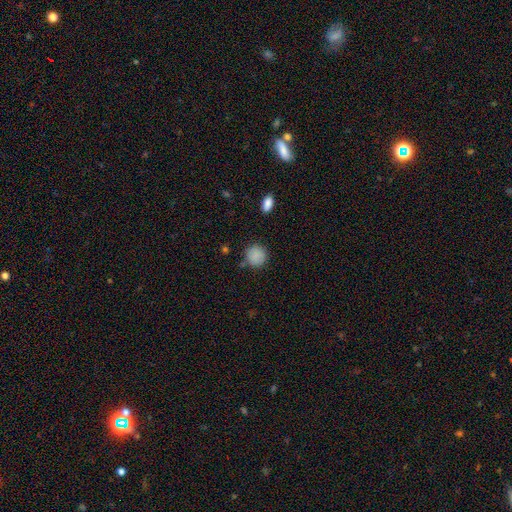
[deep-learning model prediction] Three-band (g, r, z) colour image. It shows a smooth galaxy with no disk features (87%) that is round (89%). Merging: none (80%).